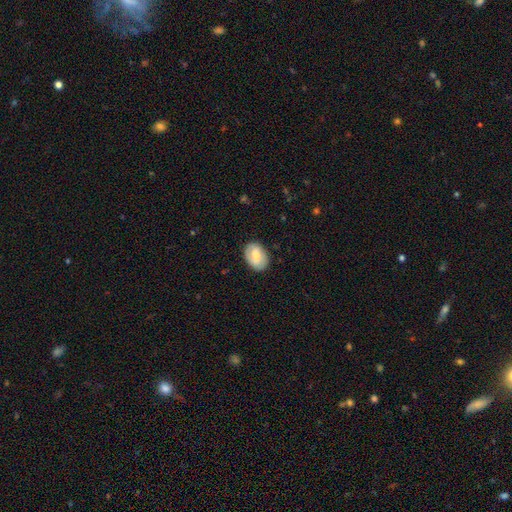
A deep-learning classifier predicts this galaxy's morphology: This is likely a smooth galaxy (63%). How rounded: clearly in between (82%). Merging: clearly none (84%).